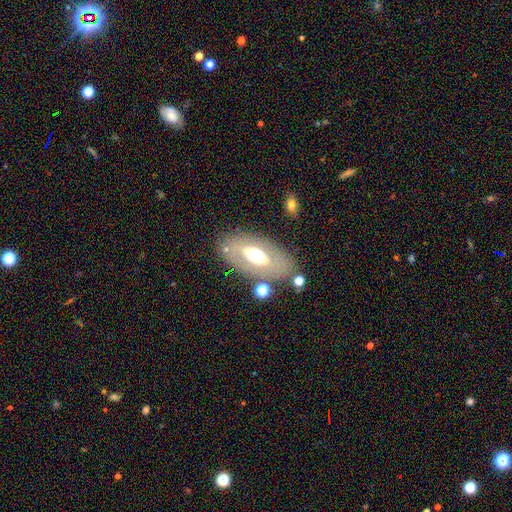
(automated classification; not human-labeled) Smooth or featured?
  - featured or disk: 51% *
  - smooth: 41%
  - star or artifact: 8%
Edge-on disk?
  - no: 84% *
  - yes: 16%
Merging?
  - none: 76% *
  - minor disturbance: 13%
  - major disturbance: 6%
  - merger: 4%